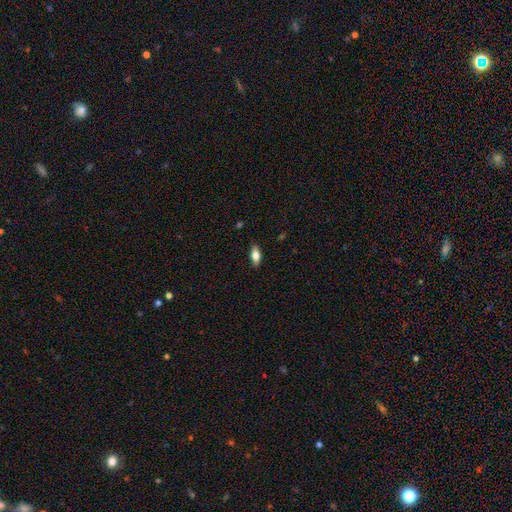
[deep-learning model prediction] This appears to be a smooth galaxy with no disk features (70%) that is in between round and cigar-shaped (82%). Merging: none (86%).